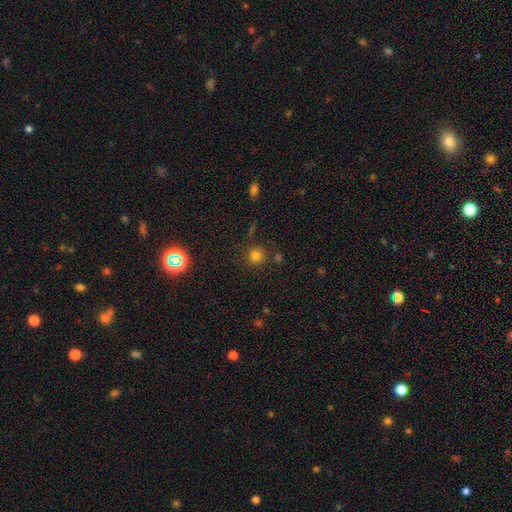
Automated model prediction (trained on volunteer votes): Smooth or featured: smooth — 77% (star or artifact — 17%)
How rounded: round — 92% (in between — 7%)
Merging: none — 81% (minor disturbance — 10%)